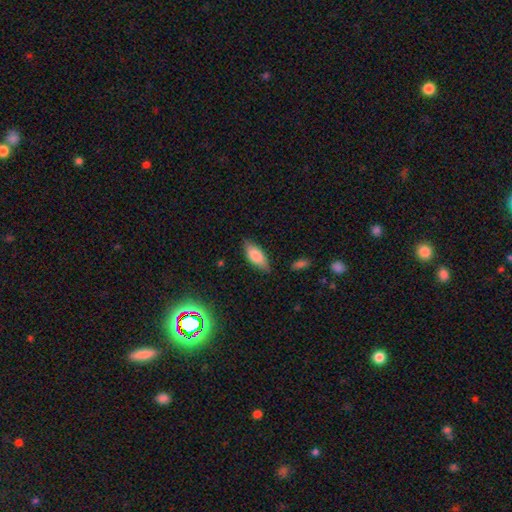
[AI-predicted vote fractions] A smooth galaxy with no disk features (80%) that is in between round and cigar-shaped (77%). Merging: none (80%).